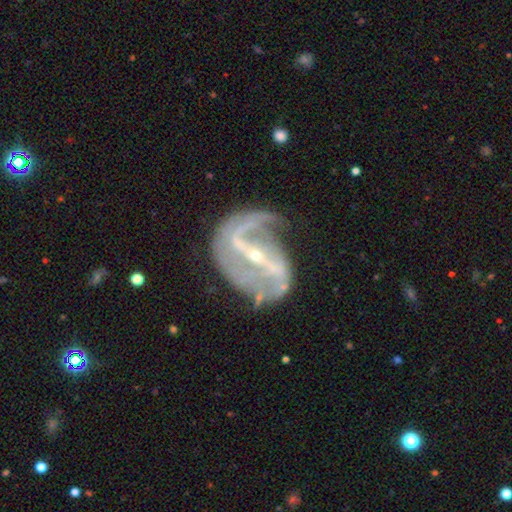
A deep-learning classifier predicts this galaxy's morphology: featured or disk 90%, star or artifact 6%, smooth 5%. Down the decision tree: edge-on disk — no (96%); bar — strong (68%); spiral arms — yes (93%); spiral arm count — 2 (70%); spiral winding — medium (44%); bulge size — small (82%); merging — none (49%).